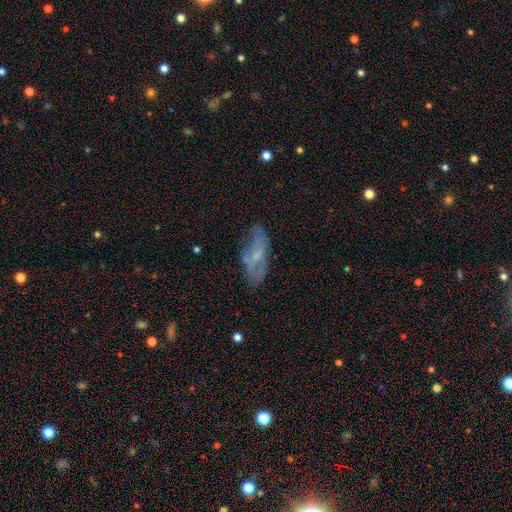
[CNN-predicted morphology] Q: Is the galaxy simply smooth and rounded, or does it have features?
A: featured or disk — 53%.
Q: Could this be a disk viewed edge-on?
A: no — 82%.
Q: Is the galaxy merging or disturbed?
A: none — 62%.